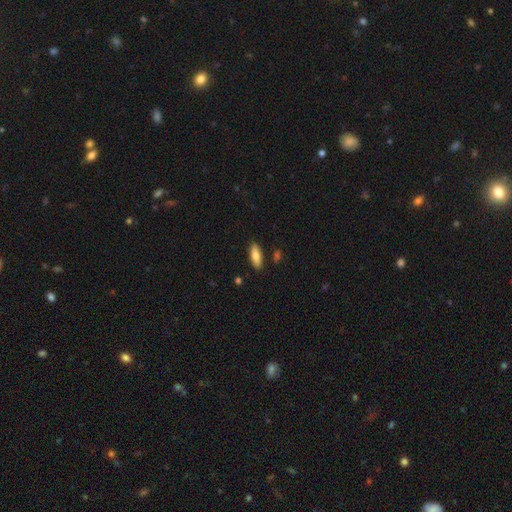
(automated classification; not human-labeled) This appears to be a smooth galaxy with no disk features (80%) that is in between round and cigar-shaped (65%). Merging: none (86%).